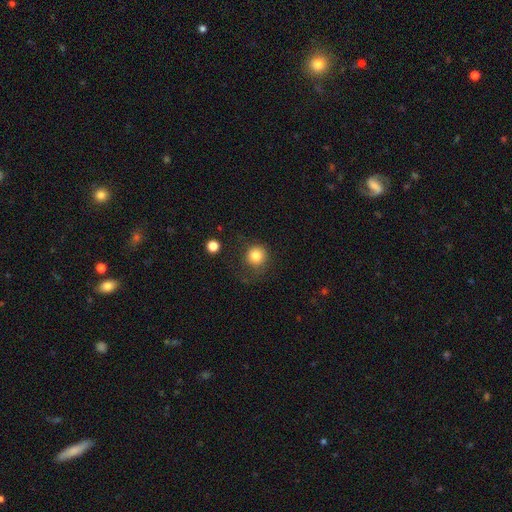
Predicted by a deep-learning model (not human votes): Q: Smooth or featured?
A: smooth (82%); runner-up: star or artifact (11%)
Q: How rounded?
A: round (92%); runner-up: in between (7%)
Q: Merging?
A: none (73%); runner-up: minor disturbance (15%)